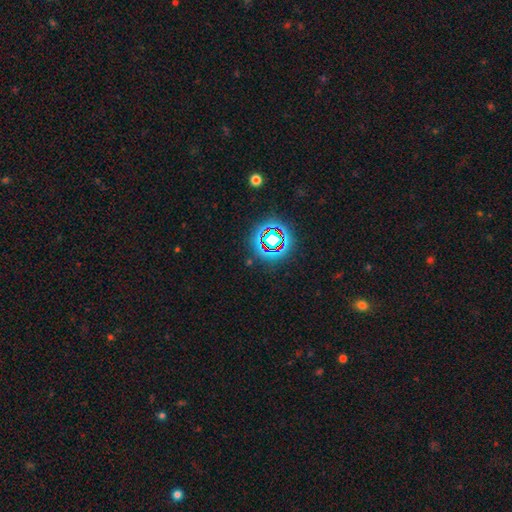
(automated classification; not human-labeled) This is likely a star or artifact rather than a galaxy (74%).